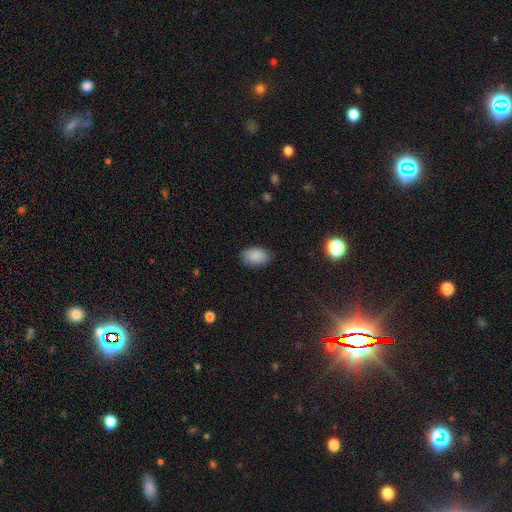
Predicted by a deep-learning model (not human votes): smooth-or-featured: smooth: 89% | star or artifact: 8% | featured or disk: 4%
  how-rounded: in between: 91% | round: 8% | cigar-shaped: 1%
  merging: none: 85% | minor disturbance: 11% | major disturbance: 3% | merger: 1%